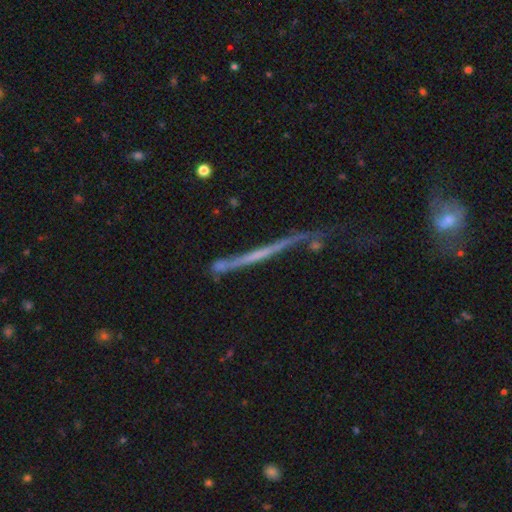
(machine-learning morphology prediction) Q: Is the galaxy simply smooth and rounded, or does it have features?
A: featured or disk — 61%.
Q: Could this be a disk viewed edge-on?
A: yes — 88%.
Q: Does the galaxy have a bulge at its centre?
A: none — 83%.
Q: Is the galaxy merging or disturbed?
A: none — 50%.